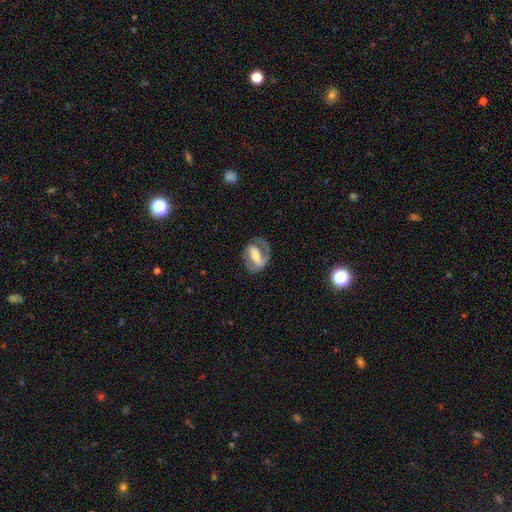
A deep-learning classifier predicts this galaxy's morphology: This is likely a featured or disk galaxy (77%). It is clearly not viewed edge-on (95%). Bar: possibly strong (59%). Spiral arm pattern: clearly yes (85%). Spiral arm count: likely 2 (72%). Spiral winding: possibly medium (46%). Central bulge: possibly moderate (51%). Merging: likely none (70%).